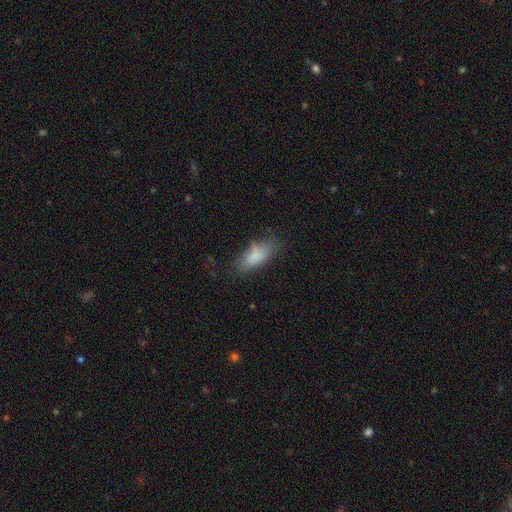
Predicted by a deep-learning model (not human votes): This appears to be a smooth galaxy with no disk features (82%) that is in between round and cigar-shaped (81%). Merging: none (63%).